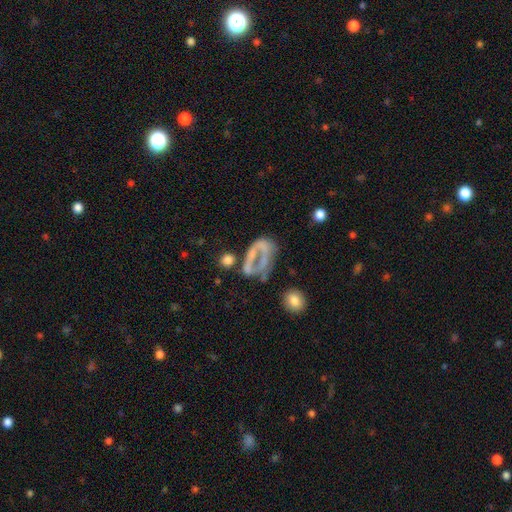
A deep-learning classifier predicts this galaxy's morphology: featured or disk 55%, smooth 30%, star or artifact 15%. Down the decision tree: edge-on disk — no (96%); bar — no (76%); spiral arms — no (81%); bulge size — none (70%); merging — major disturbance (39%).